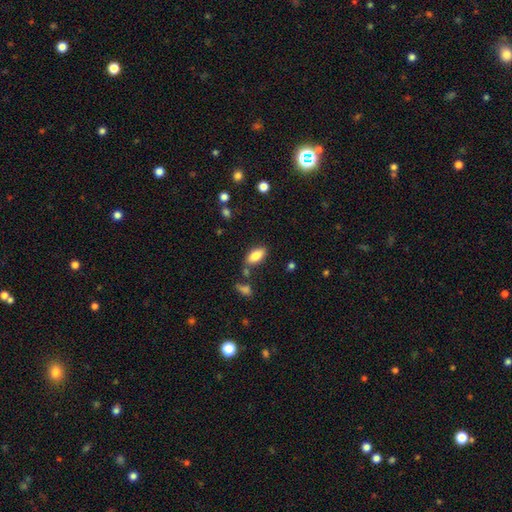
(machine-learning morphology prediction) Q: Smooth or featured?
A: smooth (81%); runner-up: featured or disk (12%)
Q: How rounded?
A: in between (89%); runner-up: cigar-shaped (8%)
Q: Merging?
A: none (77%); runner-up: minor disturbance (13%)